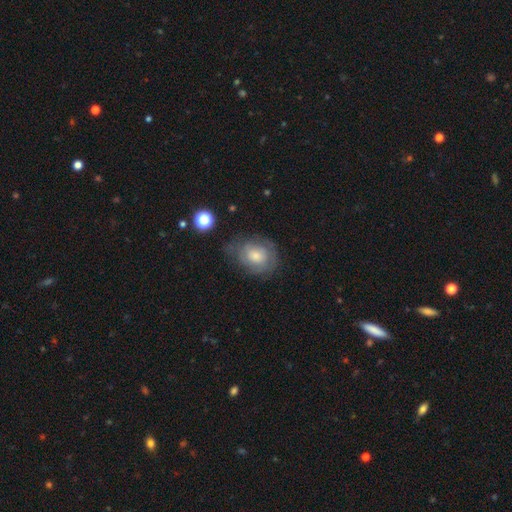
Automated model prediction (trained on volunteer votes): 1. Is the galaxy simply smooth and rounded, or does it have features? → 52% smooth, 40% featured or disk, 9% star or artifact.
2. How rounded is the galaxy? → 52% round, 47% in between, 1% cigar-shaped.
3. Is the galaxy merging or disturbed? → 57% none, 26% minor disturbance, 14% major disturbance, 3% merger.